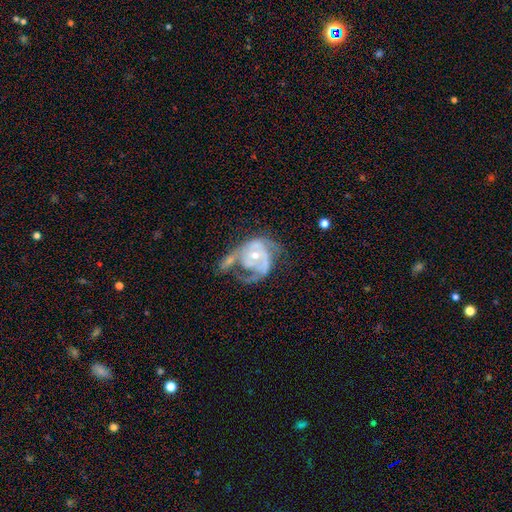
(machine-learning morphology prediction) featured or disk 79%, smooth 15%, star or artifact 6%. Down the decision tree: edge-on disk — no (97%); bar — no (73%); spiral arms — yes (76%); spiral arm count — 2 (42%); spiral winding — medium (39%); bulge size — moderate (48%); merging — major disturbance (38%).